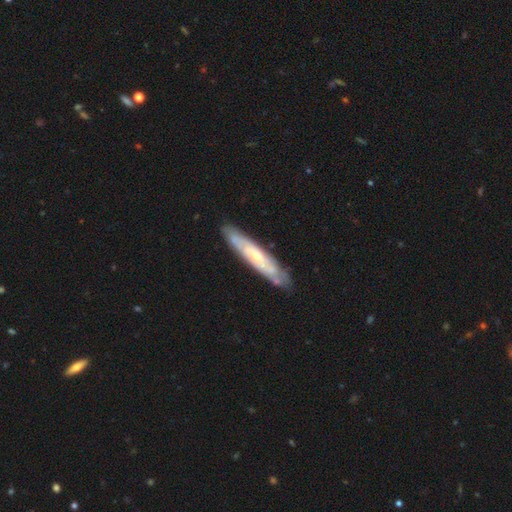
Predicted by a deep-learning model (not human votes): Smooth or featured: featured or disk — 66% (smooth — 29%)
Edge-on disk: no — 52% (yes — 48%)
Merging: none — 80% (minor disturbance — 15%)